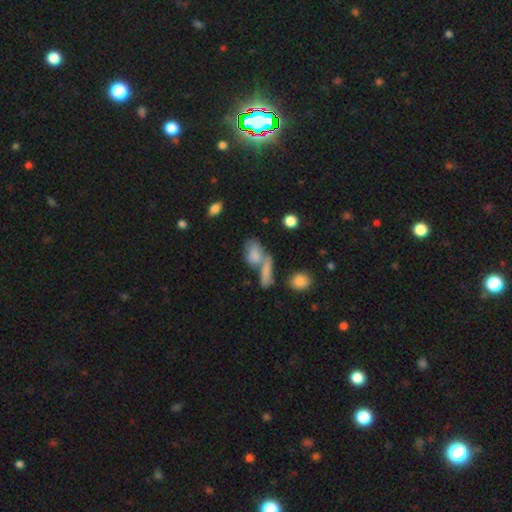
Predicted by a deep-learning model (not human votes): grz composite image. It shows a smooth galaxy with no disk features (75%) that is in between round and cigar-shaped (75%). Merging: merger (48%).